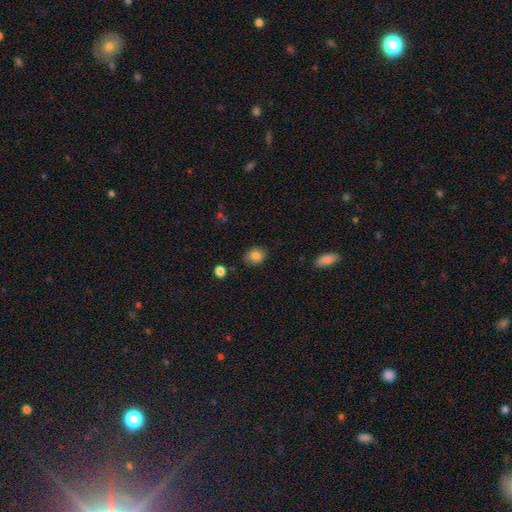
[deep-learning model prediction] This is clearly a smooth galaxy (84%). How rounded: possibly round (50%). Merging: likely none (78%).